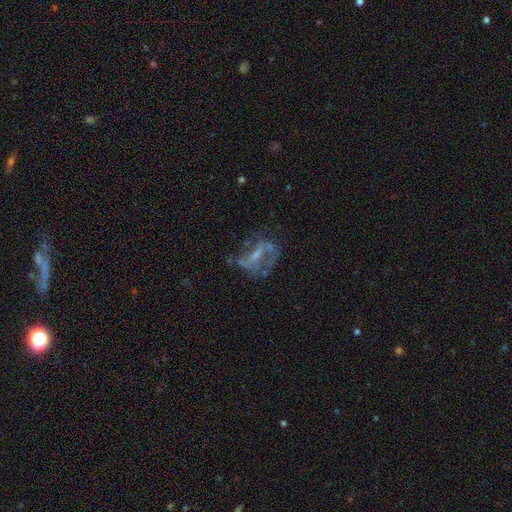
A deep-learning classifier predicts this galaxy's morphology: Overall: featured or disk (68%). Edge-on disk: no (93%). Bar: weak (38%; no 32%). Spiral arms: yes (50%, tied with no). Bulge size: small (39%; none 33%). Merging: none (43%; major disturbance 32%).